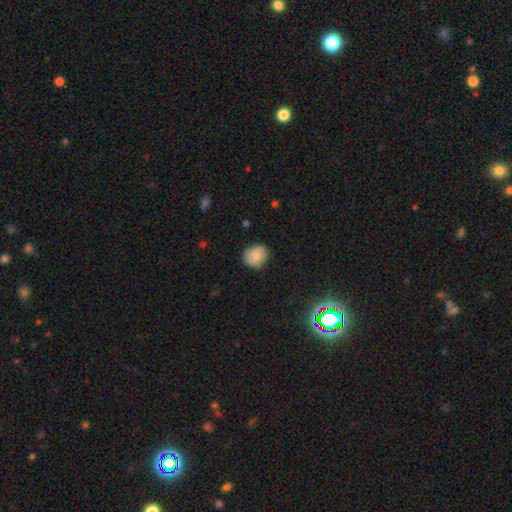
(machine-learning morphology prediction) Smooth or featured? smooth (83%)
How rounded? round (75%)
Merging? none (82%)